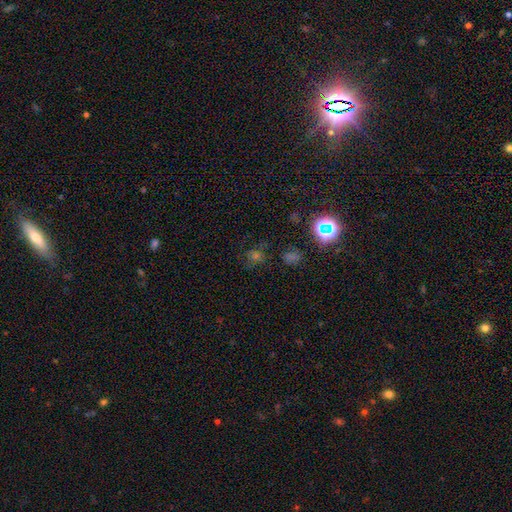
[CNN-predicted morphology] star or artifact 49%, smooth 39%, featured or disk 12%.